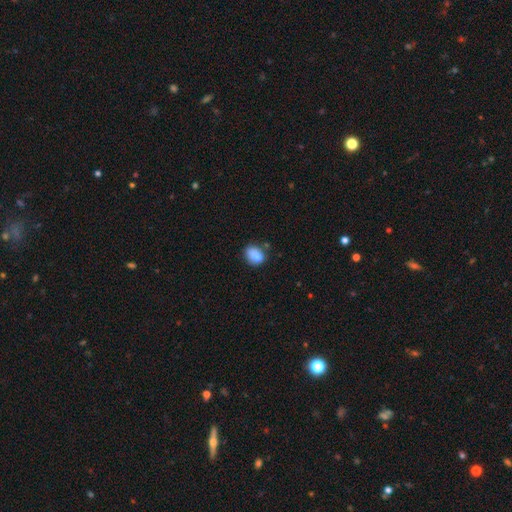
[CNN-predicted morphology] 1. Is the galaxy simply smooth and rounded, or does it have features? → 79% smooth, 11% featured or disk, 9% star or artifact.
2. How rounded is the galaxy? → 58% in between, 41% round, 1% cigar-shaped.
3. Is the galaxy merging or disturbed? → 56% none, 27% minor disturbance, 10% merger, 7% major disturbance.